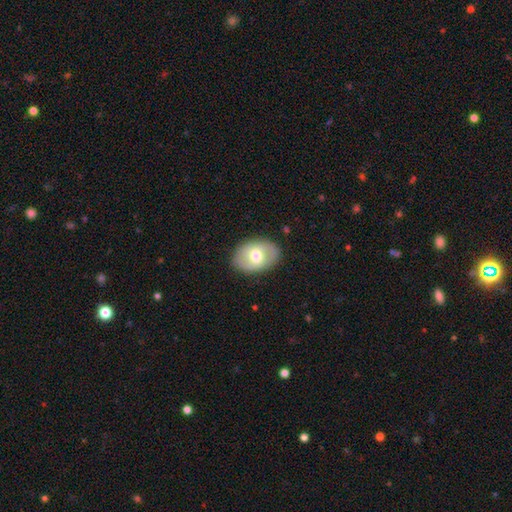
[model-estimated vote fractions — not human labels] Q: Smooth or featured?
A: featured or disk (48%); runner-up: smooth (46%)
Q: Merging?
A: none (84%); runner-up: minor disturbance (11%)